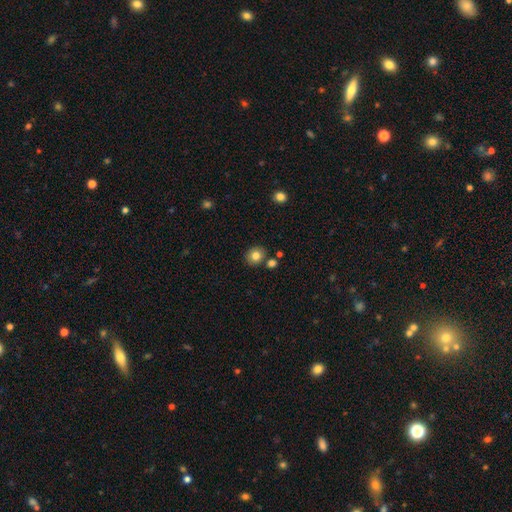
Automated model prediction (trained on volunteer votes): Smooth or featured: smooth — 81% (star or artifact — 11%)
How rounded: round — 77% (in between — 22%)
Merging: none — 81% (minor disturbance — 9%)